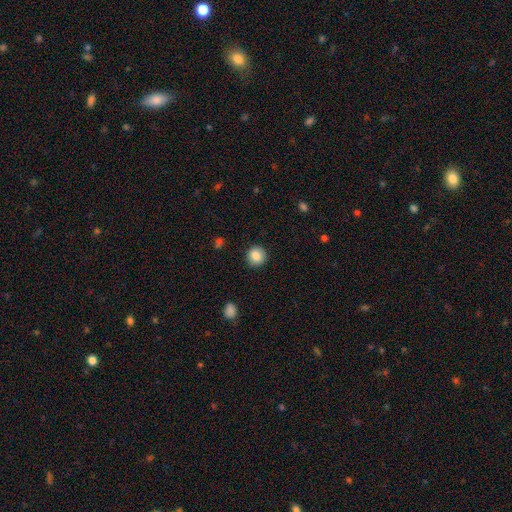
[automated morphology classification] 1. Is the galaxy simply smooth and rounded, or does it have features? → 86% smooth, 9% star or artifact, 5% featured or disk.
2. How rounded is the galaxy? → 93% round, 6% in between, 1% cigar-shaped.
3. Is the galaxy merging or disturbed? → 91% none, 6% minor disturbance, 2% major disturbance, 1% merger.